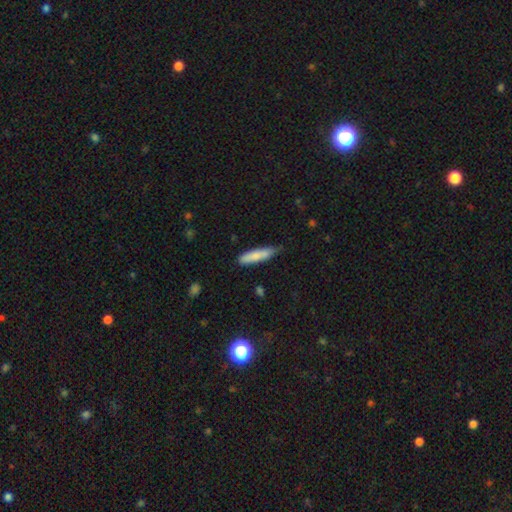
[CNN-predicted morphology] Smooth or featured? smooth (79%)
How rounded? cigar-shaped (78%)
Merging? none (65%)